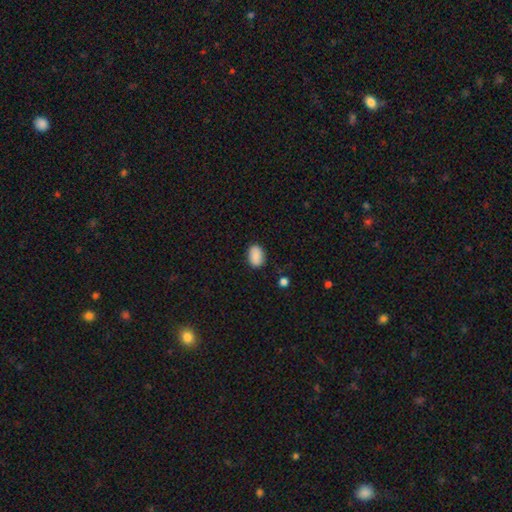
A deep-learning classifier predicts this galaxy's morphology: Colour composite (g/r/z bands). It shows a smooth galaxy with no disk features (86%) that is in between round and cigar-shaped (81%). Merging: none (81%).